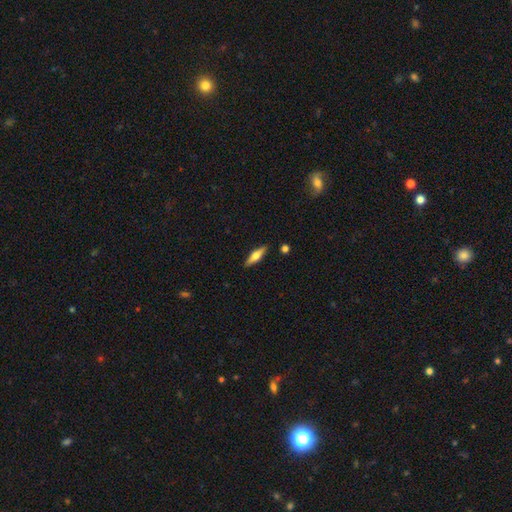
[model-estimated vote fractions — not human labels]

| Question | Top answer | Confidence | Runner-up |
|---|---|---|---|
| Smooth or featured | featured or disk | 50% | smooth (44%) |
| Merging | none | 89% | minor disturbance (8%) |